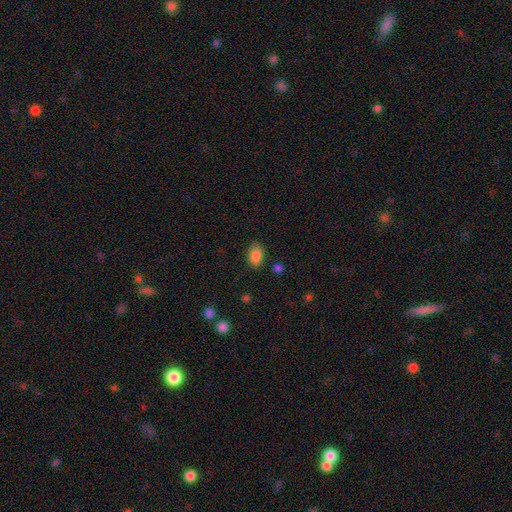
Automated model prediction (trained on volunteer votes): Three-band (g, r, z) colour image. It shows a smooth galaxy with no disk features (87%) that is in between round and cigar-shaped (87%). Merging: none (83%).